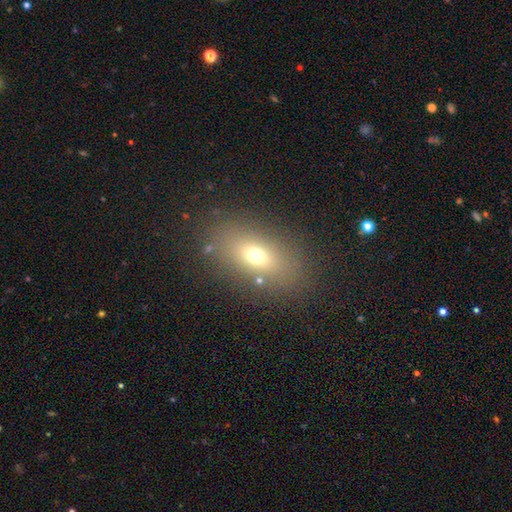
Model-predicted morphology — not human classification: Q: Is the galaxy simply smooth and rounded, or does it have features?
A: smooth — 67%.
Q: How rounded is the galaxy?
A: in between — 78%.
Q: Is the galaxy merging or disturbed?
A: none — 82%.